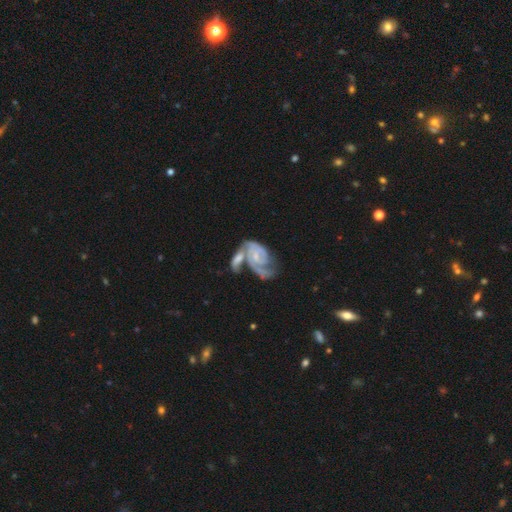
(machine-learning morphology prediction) Smooth or featured? Predicted: featured or disk (p=0.84). Edge-on disk? Predicted: no (p=0.97). Bar? Predicted: no (p=0.53). Spiral arms? Predicted: yes (p=0.95). Spiral winding? Predicted: tight (p=0.51). Spiral arm count? Predicted: 2 (p=0.60). Bulge size? Predicted: small (p=0.62). Merging? Predicted: merger (p=0.51).